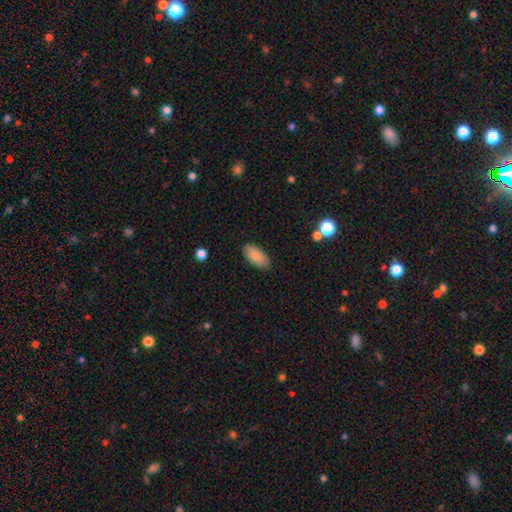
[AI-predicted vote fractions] smooth 84%, featured or disk 9%, star or artifact 7%. Down the decision tree: how rounded — in between (93%); merging — none (86%).